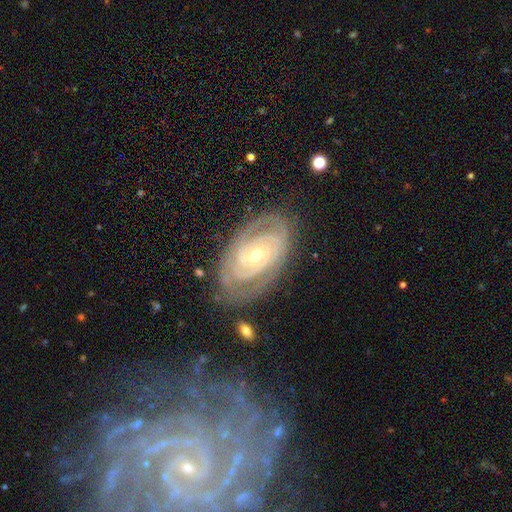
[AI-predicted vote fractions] Smooth or featured?
  - featured or disk: 88% *
  - smooth: 7%
  - star or artifact: 5%
Edge-on disk?
  - no: 96% *
  - yes: 4%
Bar?
  - no: 65% *
  - weak: 25%
  - strong: 10%
Spiral arms?
  - yes: 95% *
  - no: 5%
Spiral winding?
  - tight: 77% *
  - medium: 19%
  - loose: 4%
Spiral arm count?
  - 2: 43% *
  - can't tell: 22%
  - 3: 19%
  - 4: 7%
  - 1: 4%
  - more than 4: 4%
Bulge size?
  - small: 60% *
  - moderate: 37%
  - large: 1%
  - none: 1%
  - dominant: 1%
Merging?
  - none: 76% *
  - minor disturbance: 16%
  - major disturbance: 6%
  - merger: 2%